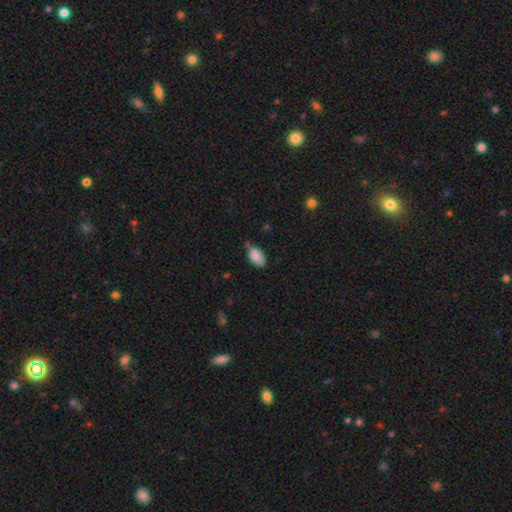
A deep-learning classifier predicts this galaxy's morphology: Overall: smooth (88%). How rounded: in between (94%). Merging: none (63%; minor disturbance 27%).